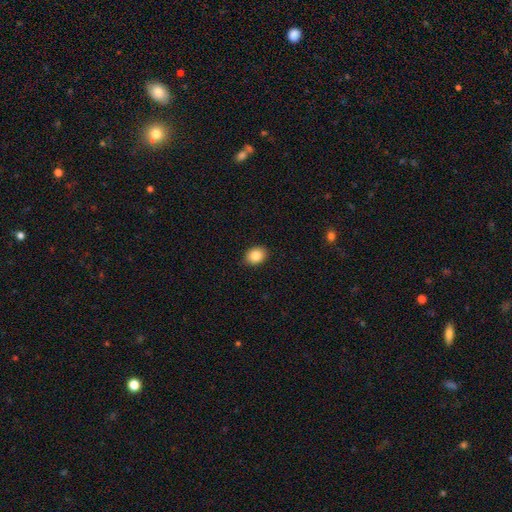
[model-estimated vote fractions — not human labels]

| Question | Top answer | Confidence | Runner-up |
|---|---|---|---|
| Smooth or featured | smooth | 84% | star or artifact (9%) |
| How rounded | in between | 59% | round (40%) |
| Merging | none | 90% | minor disturbance (7%) |